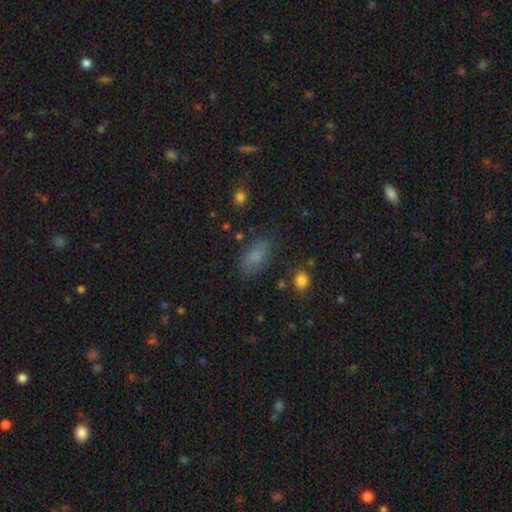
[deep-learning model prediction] Smooth or featured: smooth — 75% (star or artifact — 14%)
How rounded: in between — 87% (cigar-shaped — 7%)
Merging: none — 72% (minor disturbance — 18%)